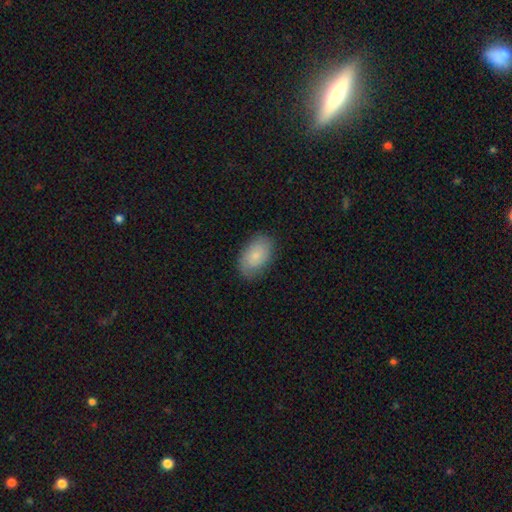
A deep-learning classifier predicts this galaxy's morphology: Smooth or featured: smooth — 68% (featured or disk — 25%)
How rounded: in between — 91% (round — 7%)
Merging: none — 80% (minor disturbance — 15%)